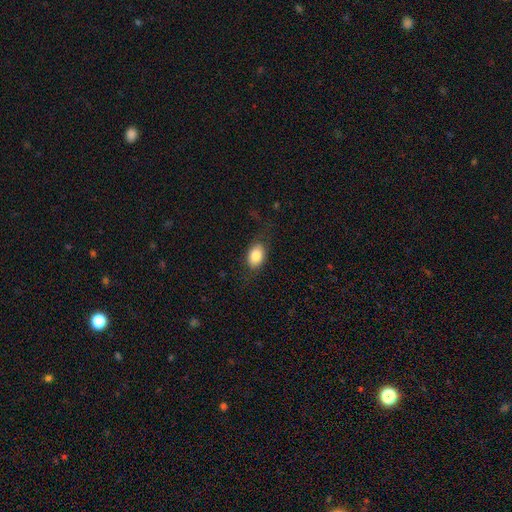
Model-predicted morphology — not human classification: A smooth galaxy with no disk features (83%) that is in between round and cigar-shaped (85%). Merging: none (76%).